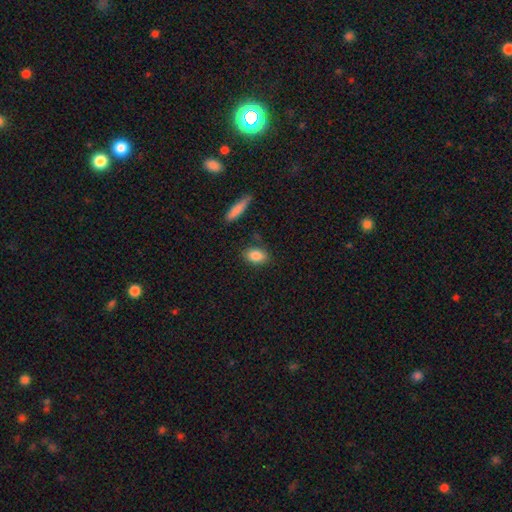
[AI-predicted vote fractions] Smooth or featured? smooth (86%)
How rounded? in between (82%)
Merging? none (83%)